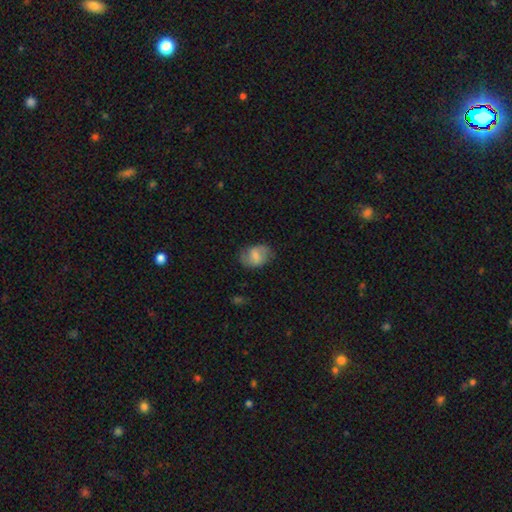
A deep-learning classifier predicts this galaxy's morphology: This appears to be a smooth galaxy with no disk features (58%) that is in between round and cigar-shaped (74%). Merging: none (71%).